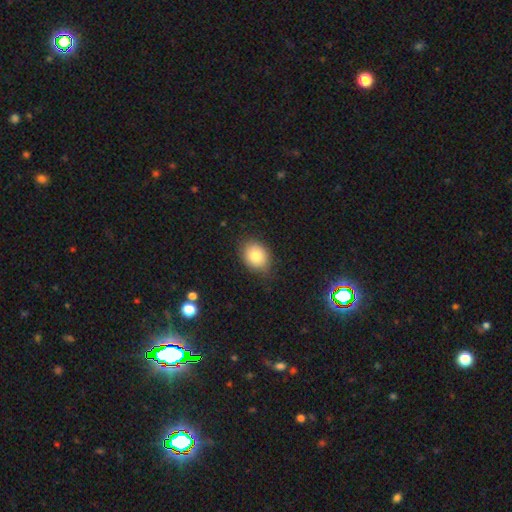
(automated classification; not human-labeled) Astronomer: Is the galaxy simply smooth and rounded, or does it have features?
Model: smooth — 80%.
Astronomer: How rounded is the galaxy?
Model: round — 50% (runner-up: in between, 49%).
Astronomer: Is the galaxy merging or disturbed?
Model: none — 77%.